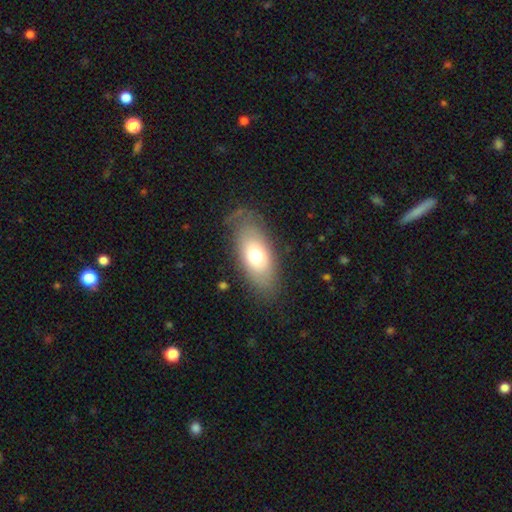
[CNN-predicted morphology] type=smooth (66%); roundness=in between (86%); merging=none (74%).